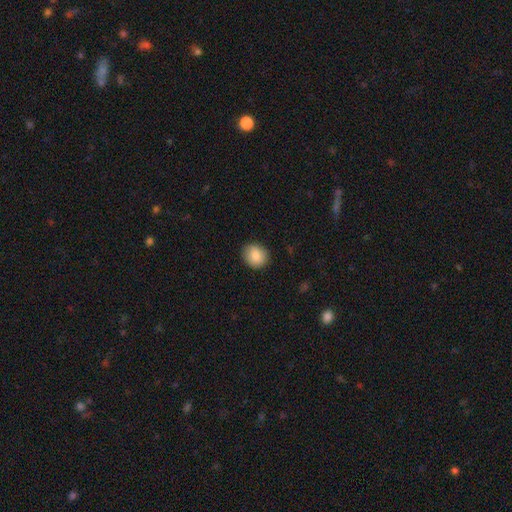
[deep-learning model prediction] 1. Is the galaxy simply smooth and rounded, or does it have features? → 83% smooth, 9% featured or disk, 8% star or artifact.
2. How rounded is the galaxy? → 72% round, 27% in between, 1% cigar-shaped.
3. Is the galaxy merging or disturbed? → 88% none, 9% minor disturbance, 2% major disturbance, 1% merger.